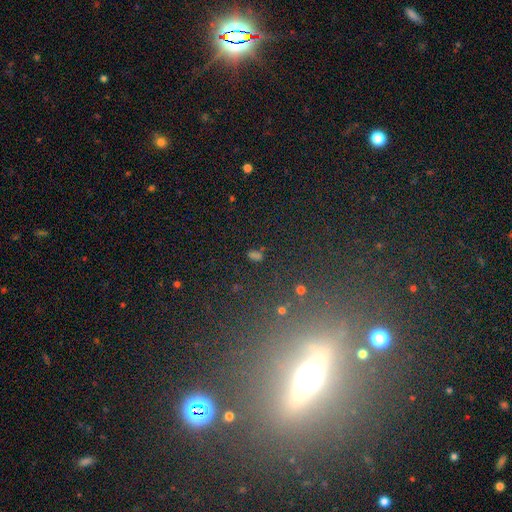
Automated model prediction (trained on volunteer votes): Smooth or featured?
  - star or artifact: 46% *
  - smooth: 40%
  - featured or disk: 15%